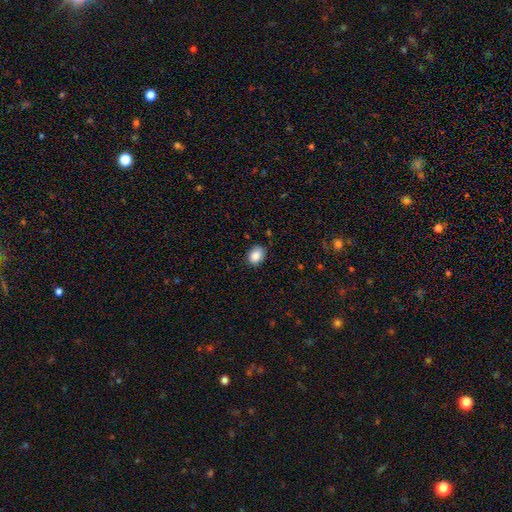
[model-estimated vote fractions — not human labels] Smooth or featured? smooth (86%)
How rounded? in between (58%)
Merging? none (85%)